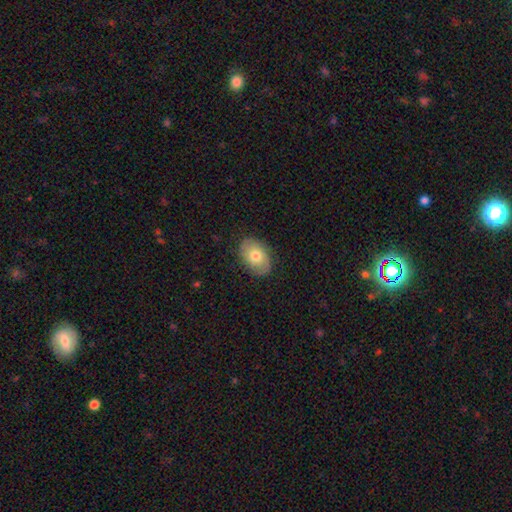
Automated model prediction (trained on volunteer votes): This is possibly a smooth galaxy (56%). How rounded: likely in between (79%). Merging: clearly none (81%).